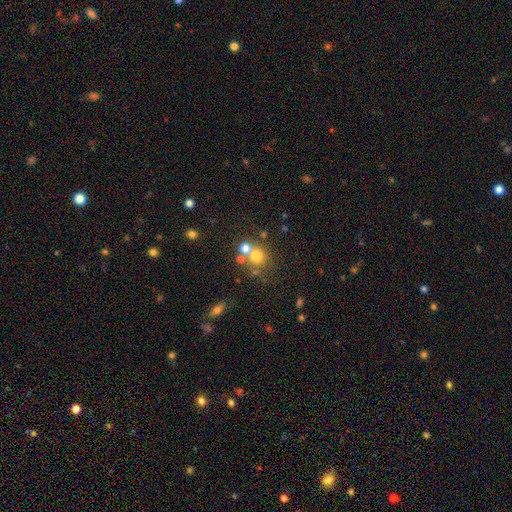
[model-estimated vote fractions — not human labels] Overall: smooth (69%). How rounded: round (86%). Merging: none (53%; merger 33%).